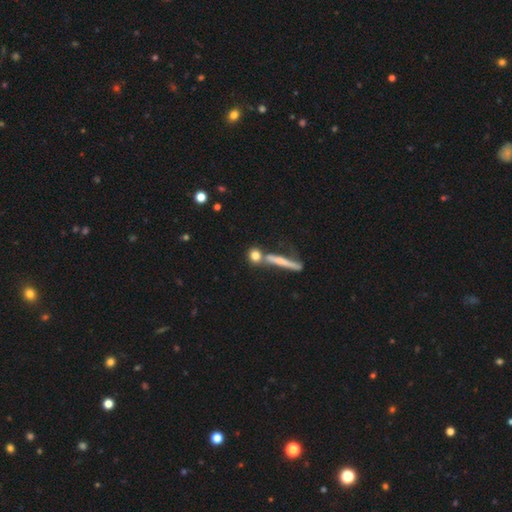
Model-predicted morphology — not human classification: The model was most divided on "merging": none: 61%, merger: 23%, minor disturbance: 11%, major disturbance: 5%. More confident: smooth or featured — smooth (74%); how rounded — round (66%).